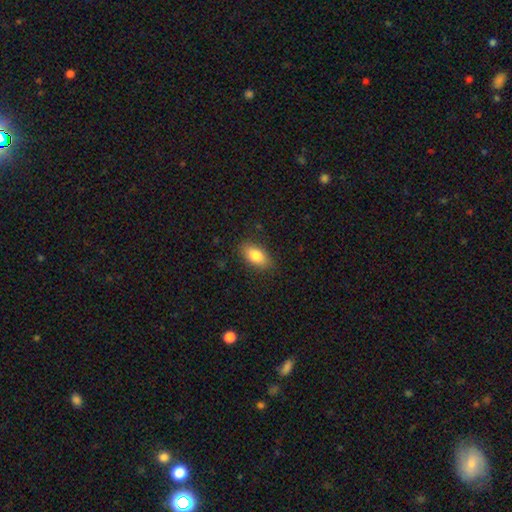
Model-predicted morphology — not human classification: smooth 83%, featured or disk 10%, star or artifact 7%. Down the decision tree: how rounded — in between (90%); merging — none (85%).